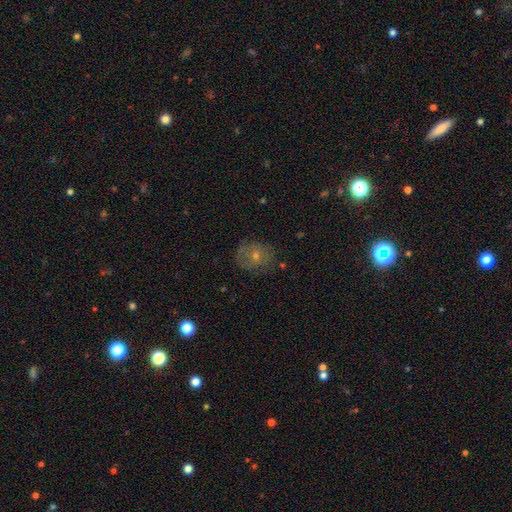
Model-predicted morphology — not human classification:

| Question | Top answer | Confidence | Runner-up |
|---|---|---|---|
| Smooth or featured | smooth | 43% | featured or disk (37%) |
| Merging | none | 77% | minor disturbance (16%) |